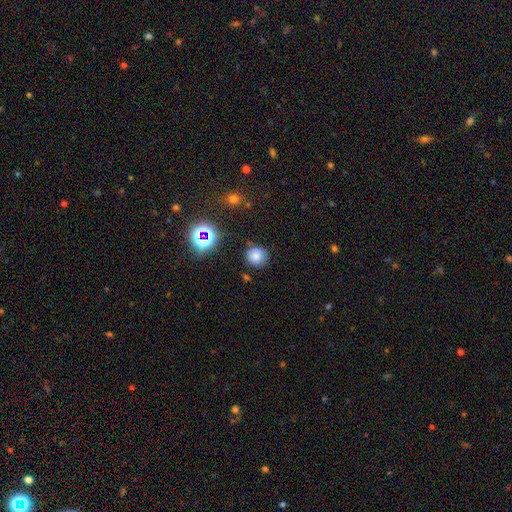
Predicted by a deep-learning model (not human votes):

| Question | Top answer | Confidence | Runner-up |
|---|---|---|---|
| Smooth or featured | smooth | 74% | star or artifact (17%) |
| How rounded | round | 88% | in between (11%) |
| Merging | none | 78% | minor disturbance (15%) |